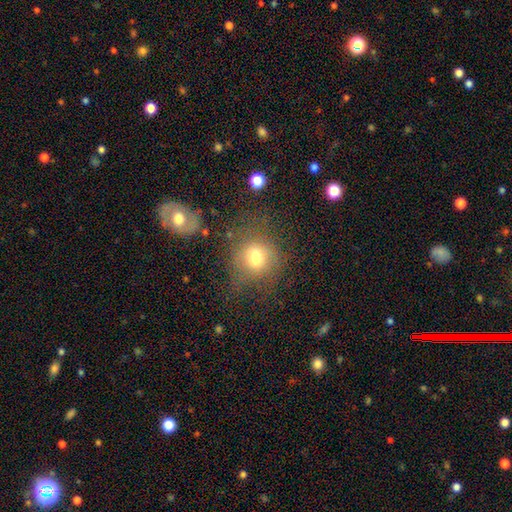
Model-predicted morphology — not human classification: Smooth or featured? smooth (69%)
How rounded? round (69%)
Merging? none (54%)